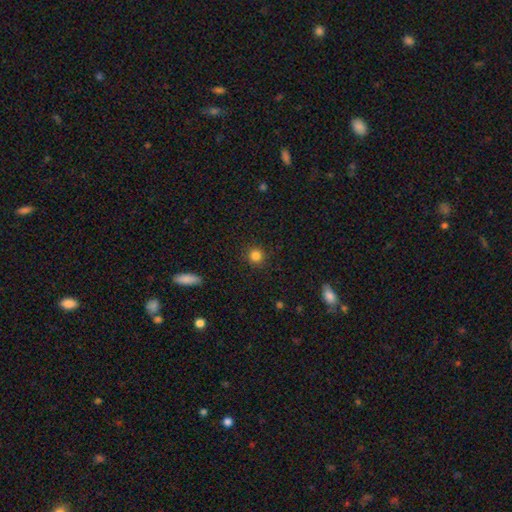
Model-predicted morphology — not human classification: Smooth or featured?
  - smooth: 84% *
  - star or artifact: 12%
  - featured or disk: 4%
How rounded?
  - round: 92% *
  - in between: 7%
  - cigar-shaped: 1%
Merging?
  - none: 90% *
  - minor disturbance: 7%
  - major disturbance: 2%
  - merger: 1%